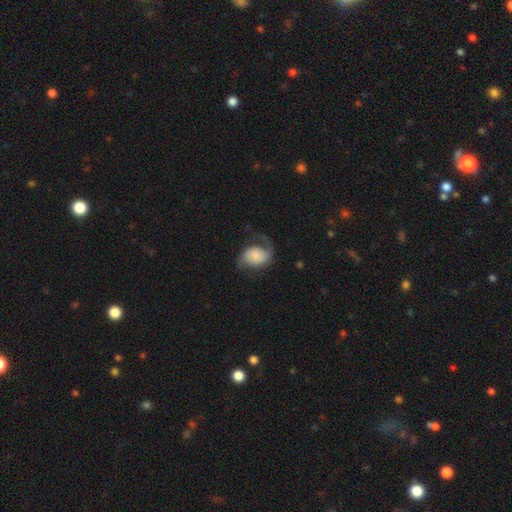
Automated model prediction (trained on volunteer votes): Morphology: type=featured or disk (68%); edge-on=no (97%); bar=no (66%); spiral arms=yes (93%); winding=loose (52%); arm count=2 (87%); bulge=small (38%); merging=none (59%).